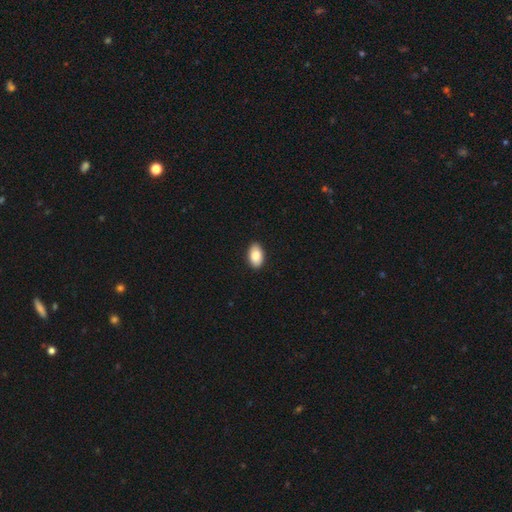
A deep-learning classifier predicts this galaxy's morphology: Smooth or featured? smooth (87%)
How rounded? in between (93%)
Merging? none (90%)